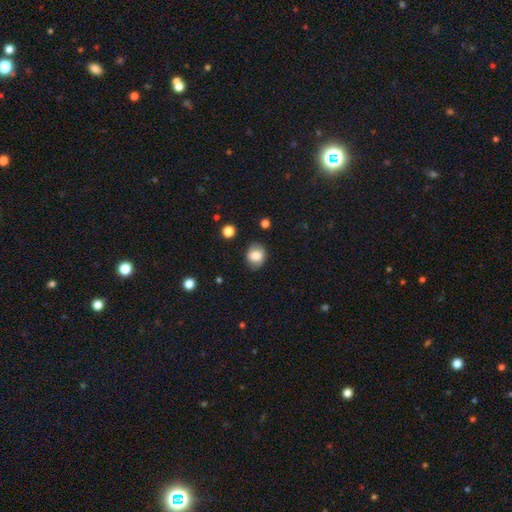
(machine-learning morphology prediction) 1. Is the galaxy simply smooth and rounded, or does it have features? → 77% smooth, 14% featured or disk, 9% star or artifact.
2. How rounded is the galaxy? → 56% round, 43% in between, 1% cigar-shaped.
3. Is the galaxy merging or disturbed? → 79% none, 15% minor disturbance, 4% major disturbance, 2% merger.